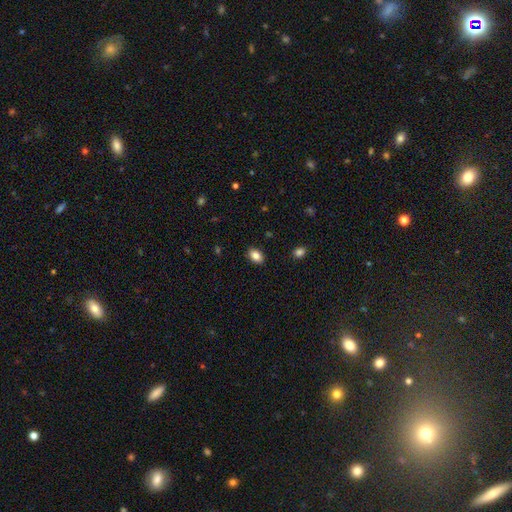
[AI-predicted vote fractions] Smooth or featured: smooth — 84% (star or artifact — 8%)
How rounded: in between — 87% (round — 11%)
Merging: none — 88% (minor disturbance — 9%)